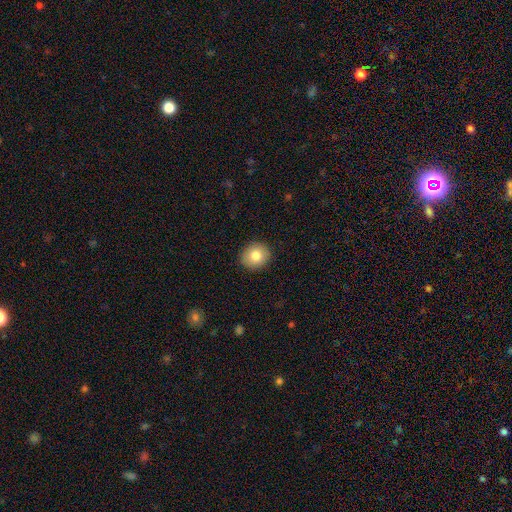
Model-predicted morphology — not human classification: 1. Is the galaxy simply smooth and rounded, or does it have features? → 81% smooth, 11% featured or disk, 9% star or artifact.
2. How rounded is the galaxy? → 81% round, 18% in between, 1% cigar-shaped.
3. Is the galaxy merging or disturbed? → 91% none, 6% minor disturbance, 2% major disturbance, 1% merger.